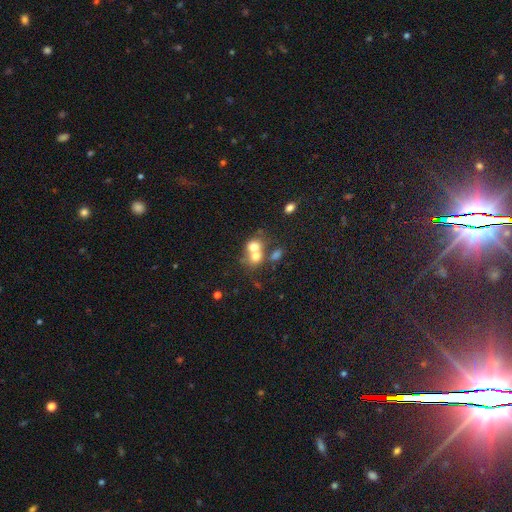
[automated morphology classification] type=smooth (68%); roundness=round (67%); merging=merger (64%).